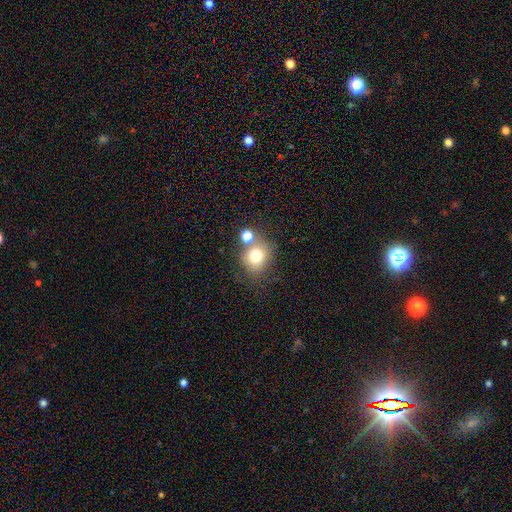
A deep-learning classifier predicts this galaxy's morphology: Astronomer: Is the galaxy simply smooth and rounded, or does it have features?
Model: smooth — 74%.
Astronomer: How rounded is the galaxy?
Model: round — 80%.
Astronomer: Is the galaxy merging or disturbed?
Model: none — 59%.